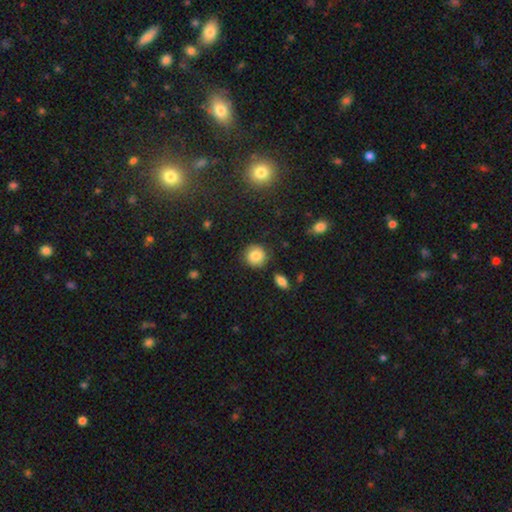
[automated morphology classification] smooth 82%, star or artifact 9%, featured or disk 9%. Down the decision tree: how rounded — round (89%); merging — none (84%).